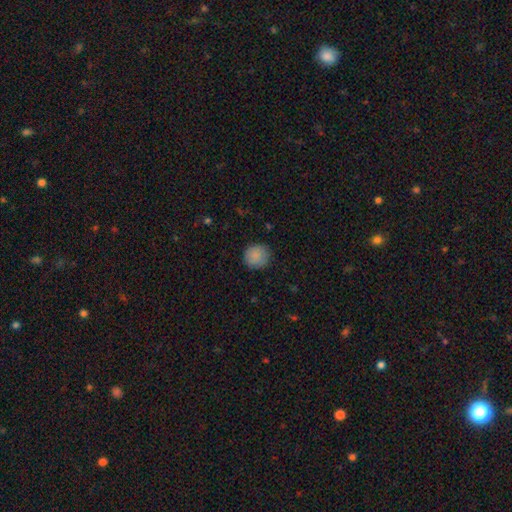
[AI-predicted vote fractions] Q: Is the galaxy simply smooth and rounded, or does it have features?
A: smooth — 86%.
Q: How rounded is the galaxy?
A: round — 90%.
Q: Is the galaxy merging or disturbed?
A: none — 84%.